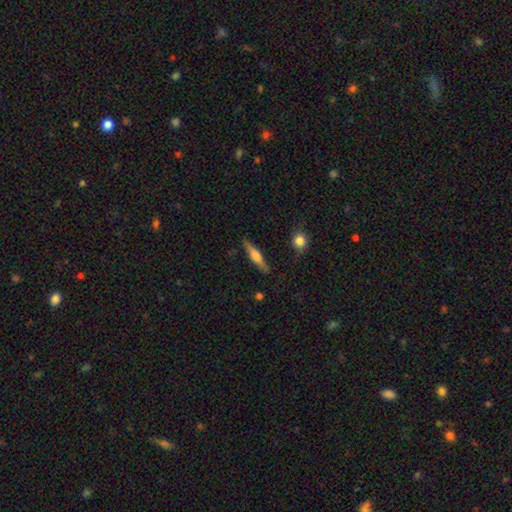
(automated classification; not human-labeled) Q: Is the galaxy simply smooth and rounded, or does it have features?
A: featured or disk — 49%.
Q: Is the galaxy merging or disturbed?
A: none — 85%.